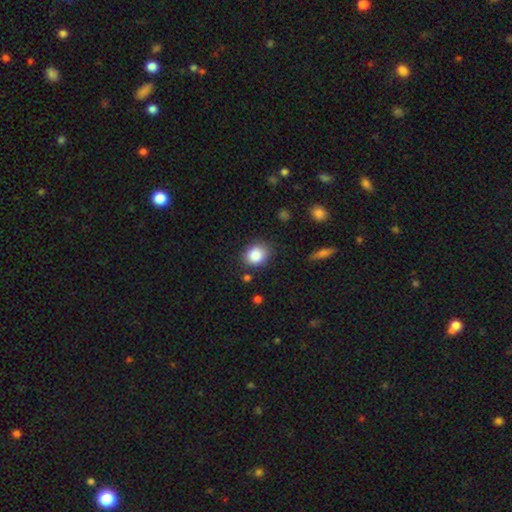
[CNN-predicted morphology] Overall: smooth (85%). How rounded: round (66%; in between 33%). Merging: none (82%).